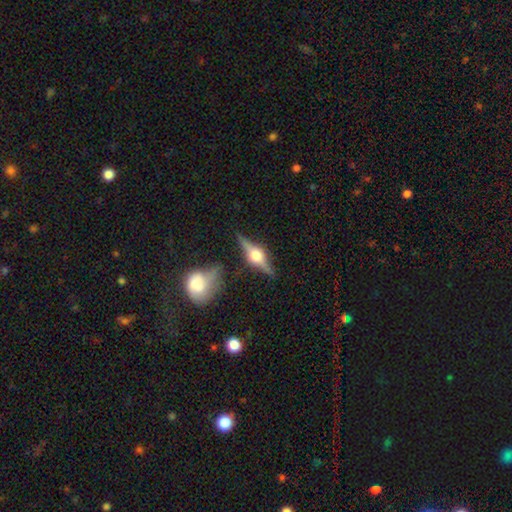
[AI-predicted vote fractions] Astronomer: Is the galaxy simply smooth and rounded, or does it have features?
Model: featured or disk — 82%.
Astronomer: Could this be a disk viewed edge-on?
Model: yes — 97%.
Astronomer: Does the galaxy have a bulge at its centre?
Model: rounded — 95%.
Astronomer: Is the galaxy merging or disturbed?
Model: none — 83%.